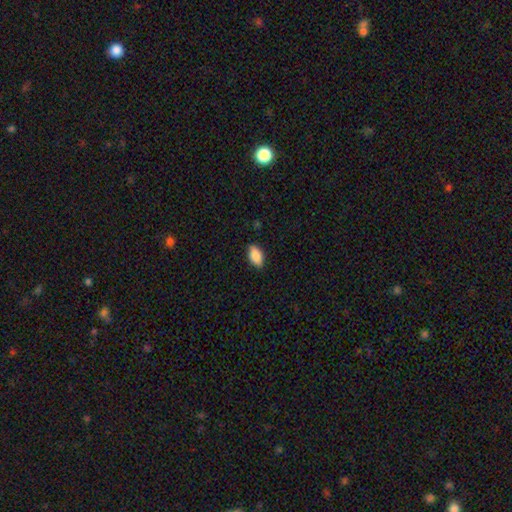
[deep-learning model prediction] This appears to be a smooth galaxy with no disk features (88%) that is in between round and cigar-shaped (93%). Merging: none (88%).